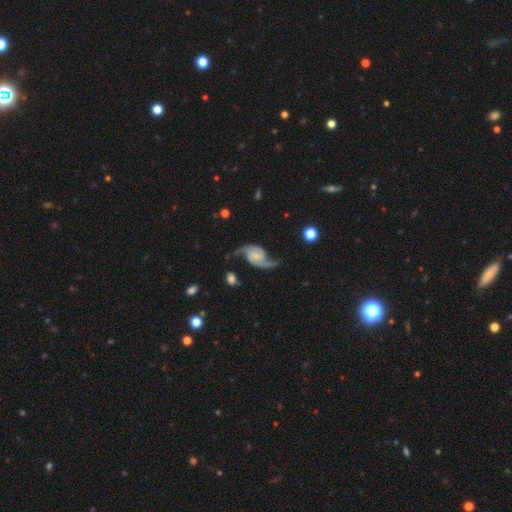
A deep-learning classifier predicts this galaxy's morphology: Q: Smooth or featured?
A: featured or disk (91%); runner-up: smooth (5%)
Q: Edge-on disk?
A: no (98%); runner-up: yes (2%)
Q: Bar?
A: no (56%); runner-up: weak (34%)
Q: Spiral arms?
A: yes (98%); runner-up: no (2%)
Q: Spiral winding?
A: loose (51%); runner-up: medium (38%)
Q: Spiral arm count?
A: 2 (94%); runner-up: can't tell (2%)
Q: Bulge size?
A: small (53%); runner-up: none (23%)
Q: Merging?
A: none (69%); runner-up: minor disturbance (18%)